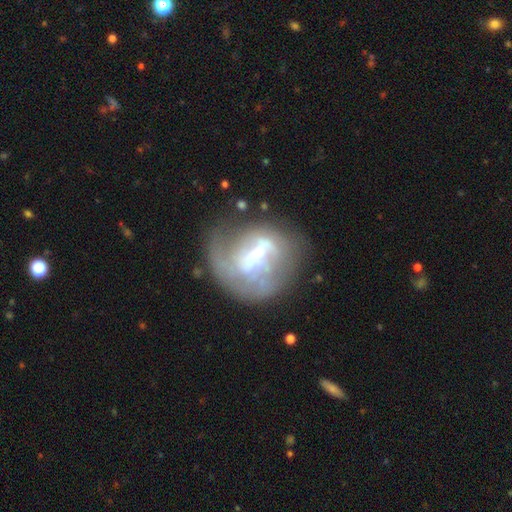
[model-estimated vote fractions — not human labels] Q: Smooth or featured?
A: featured or disk (69%); runner-up: smooth (22%)
Q: Edge-on disk?
A: no (96%); runner-up: yes (4%)
Q: Bar?
A: weak (40%); runner-up: strong (39%)
Q: Spiral arms?
A: yes (61%); runner-up: no (39%)
Q: Bulge size?
A: small (41%); runner-up: moderate (36%)
Q: Merging?
A: none (47%); runner-up: major disturbance (26%)